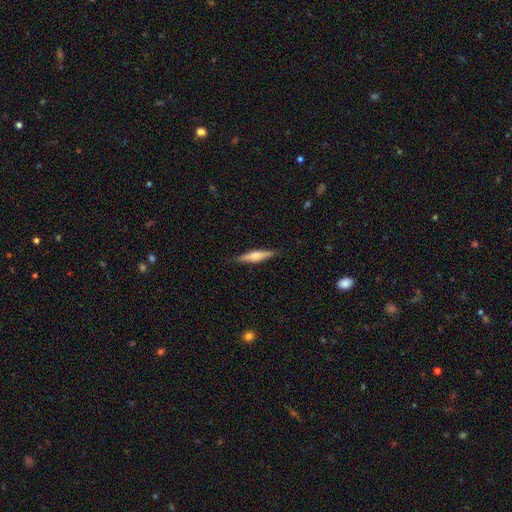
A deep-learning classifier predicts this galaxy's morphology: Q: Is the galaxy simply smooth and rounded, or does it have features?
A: featured or disk — 47%, tied with smooth.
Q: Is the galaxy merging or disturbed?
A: none — 88%.